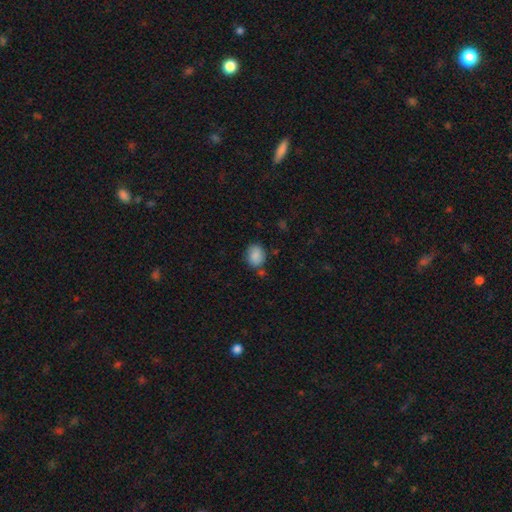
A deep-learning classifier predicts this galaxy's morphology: This appears to be a smooth galaxy with no disk features (84%) that is round (51%). Merging: none (72%).